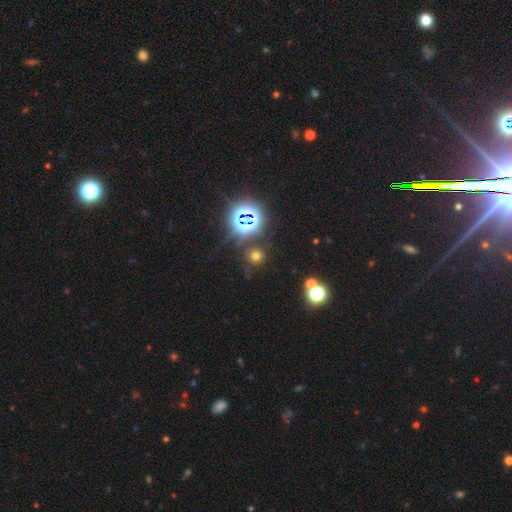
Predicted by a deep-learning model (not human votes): smooth_or_featured: smooth (p=0.54) [alt: star or artifact p=0.38]
how_rounded: round (p=0.91) [alt: in between p=0.08]
merging: none (p=0.79) [alt: minor disturbance p=0.10]